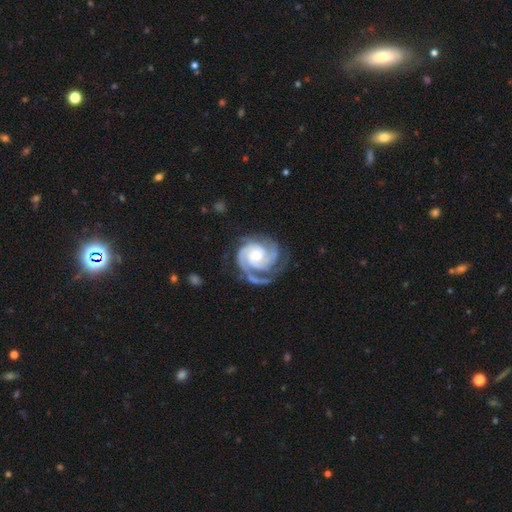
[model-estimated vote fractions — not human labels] This appears to be a featured or disk galaxy (91%) with no bar (65%), 3 (41%) tight (67%) spiral arms (98%) and a moderate central bulge (55%). Merging: none (64%).